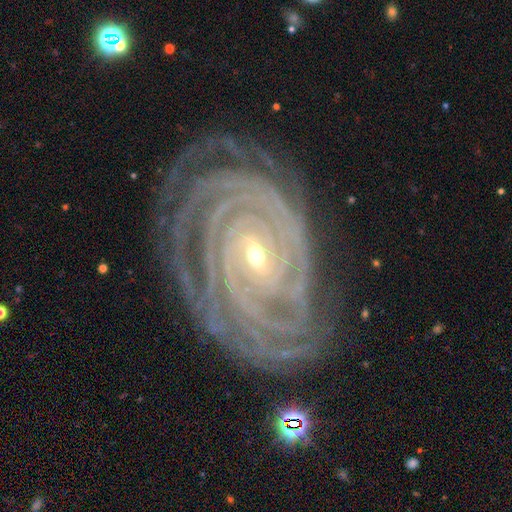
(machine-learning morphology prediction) type=featured or disk (92%); edge-on=no (97%); bar=weak (35%); spiral arms=yes (99%); winding=tight (90%); arm count=4 (25%); bulge=small (73%); merging=none (79%).